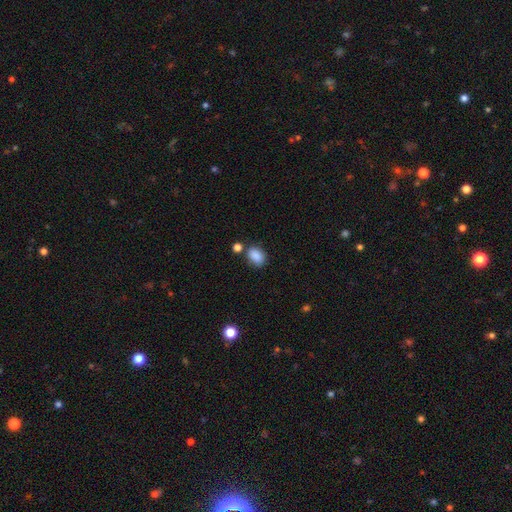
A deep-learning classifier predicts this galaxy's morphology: smooth 87%, star or artifact 9%, featured or disk 5%. Down the decision tree: how rounded — in between (72%); merging — none (67%).